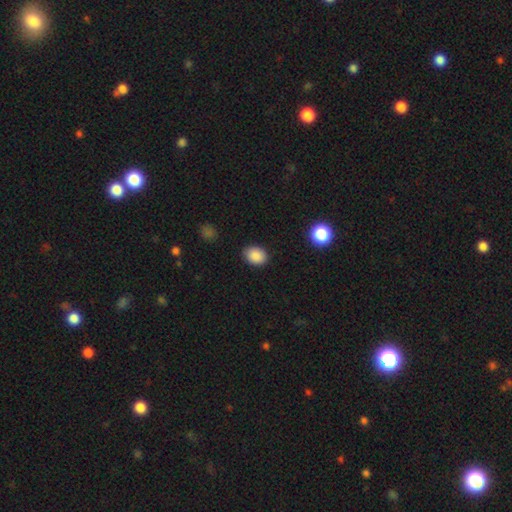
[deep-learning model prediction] smooth_or_featured: smooth (p=0.88) [alt: star or artifact p=0.09]
how_rounded: in between (p=0.62) [alt: round p=0.37]
merging: none (p=0.85) [alt: minor disturbance p=0.11]